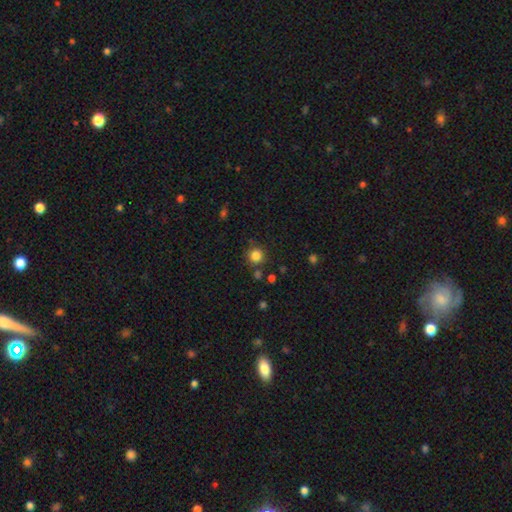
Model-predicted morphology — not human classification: Smooth or featured? smooth (83%)
How rounded? round (93%)
Merging? none (81%)